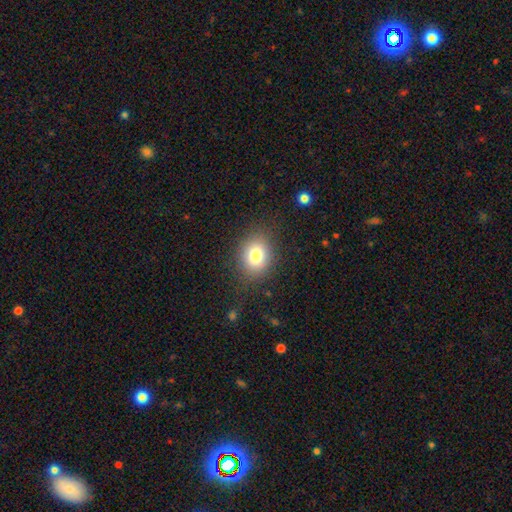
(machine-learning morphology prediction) A smooth galaxy with no disk features (78%) that is round (57%). Merging: none (83%).